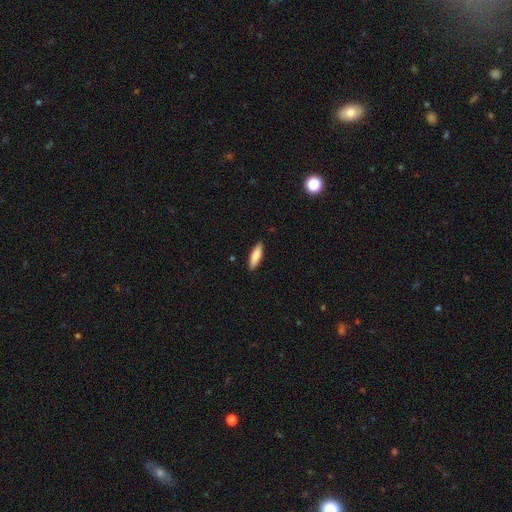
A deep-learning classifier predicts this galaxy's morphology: Smooth or featured? smooth (83%)
How rounded? cigar-shaped (54%)
Merging? none (89%)